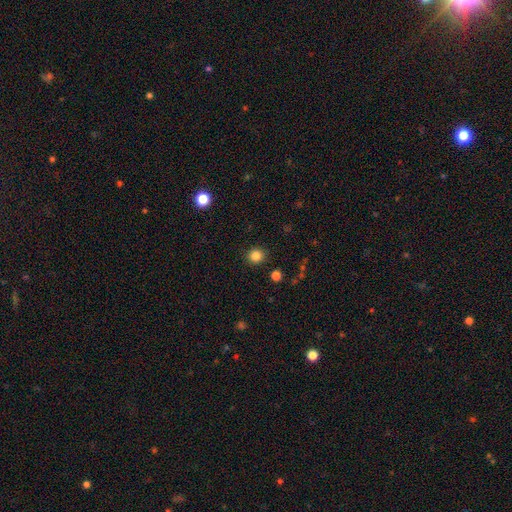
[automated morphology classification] Smooth or featured? smooth (84%)
How rounded? round (90%)
Merging? none (91%)